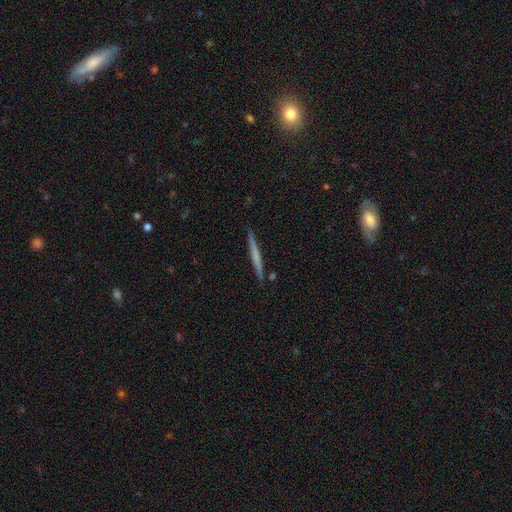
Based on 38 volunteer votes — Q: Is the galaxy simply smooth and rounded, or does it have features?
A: smooth — 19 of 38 (50%, tied with featured or disk).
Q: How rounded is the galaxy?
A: cigar-shaped — 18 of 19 (95%).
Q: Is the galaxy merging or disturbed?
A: none — 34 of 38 (89%).